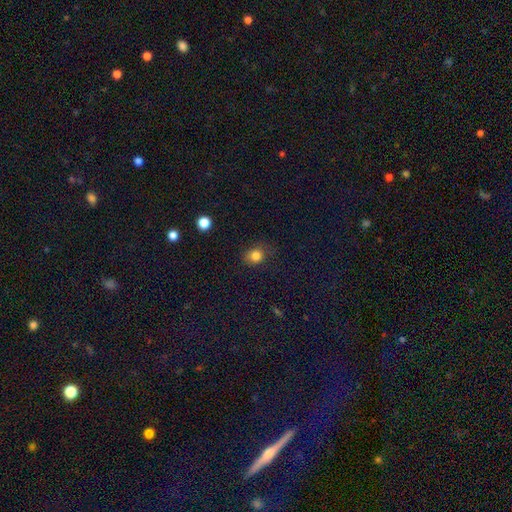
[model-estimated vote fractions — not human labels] A smooth galaxy with no disk features (81%) that is round (66%). Merging: none (74%).